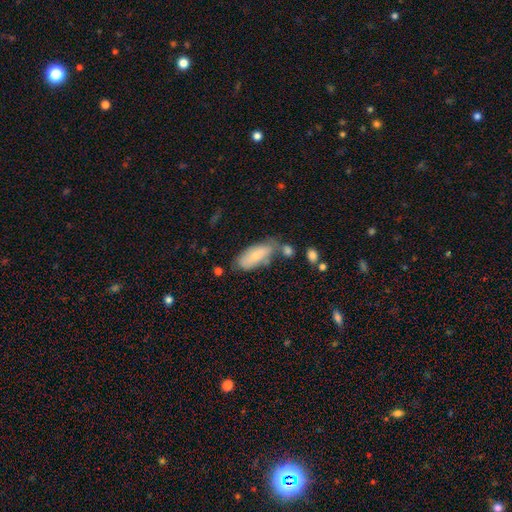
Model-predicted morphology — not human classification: Overall: smooth (72%). How rounded: in between (81%). Merging: none (53%; minor disturbance 25%).